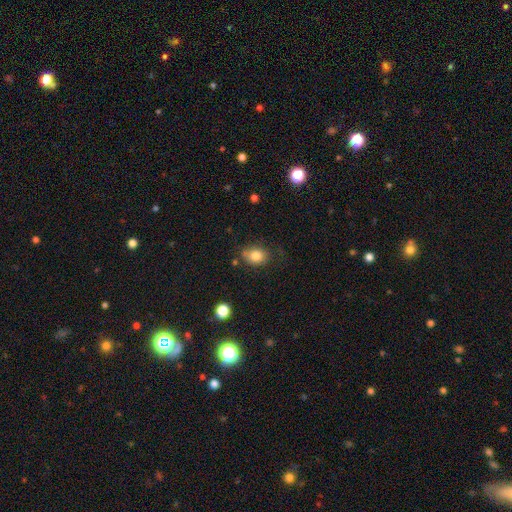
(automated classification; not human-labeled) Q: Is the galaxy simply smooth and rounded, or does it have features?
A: smooth — 82%.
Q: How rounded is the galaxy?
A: in between — 65%.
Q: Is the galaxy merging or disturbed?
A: none — 64%.